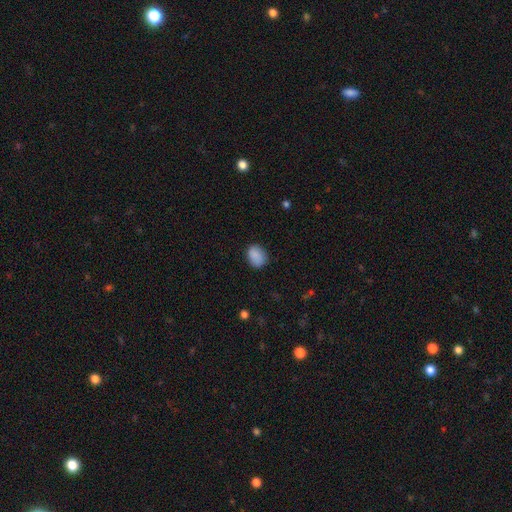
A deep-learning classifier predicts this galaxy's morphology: Smooth or featured? Predicted: smooth (p=0.87). How rounded? Predicted: in between (p=0.62). Merging? Predicted: none (p=0.80).